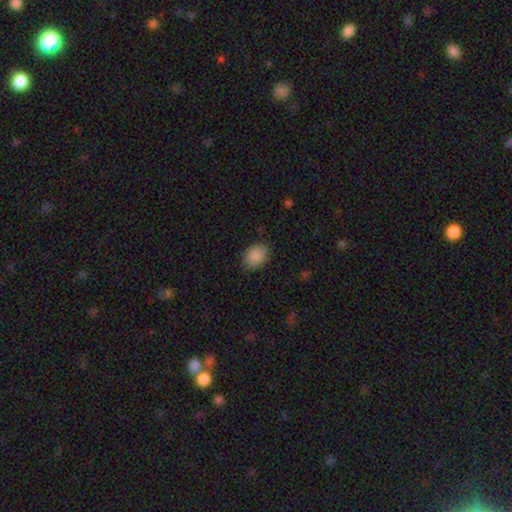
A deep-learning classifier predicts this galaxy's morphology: This appears to be a smooth galaxy with no disk features (89%) that is in between round and cigar-shaped (69%). Merging: none (82%).